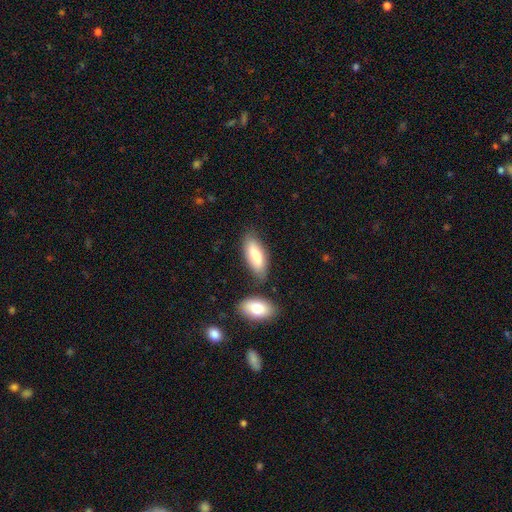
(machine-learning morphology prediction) A smooth galaxy with no disk features (77%) that is in between round and cigar-shaped (73%).

Vote fractions:
- Smooth or featured? smooth: 77% / featured or disk: 17% / star or artifact: 6%
- How rounded? in between: 73% / cigar-shaped: 25% / round: 2%
- Merging? none: 71% / minor disturbance: 15% / merger: 11% / major disturbance: 3%